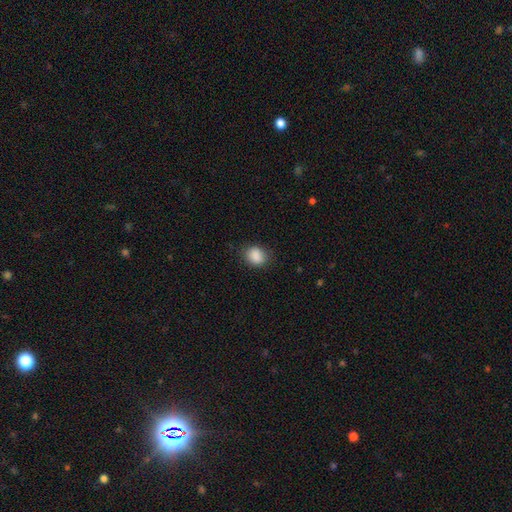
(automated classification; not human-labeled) This is clearly a smooth galaxy (88%). How rounded: possibly round (54%). Merging: clearly none (80%).